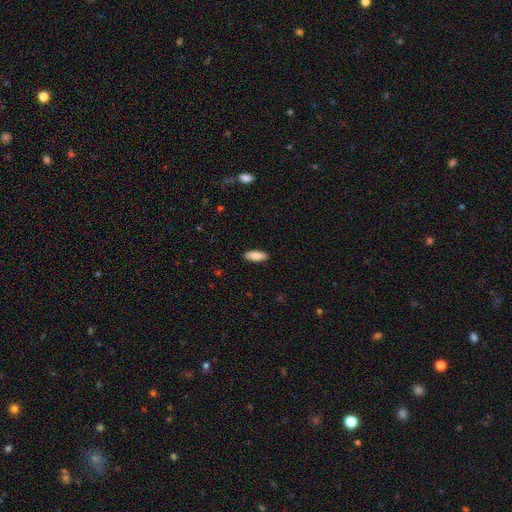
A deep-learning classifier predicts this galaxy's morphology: A smooth galaxy with no disk features (88%) that is in between round and cigar-shaped (73%).

Vote fractions:
- Smooth or featured? smooth: 88% / featured or disk: 6% / star or artifact: 6%
- How rounded? in between: 73% / cigar-shaped: 25% / round: 2%
- Merging? none: 90% / minor disturbance: 7% / major disturbance: 2% / merger: 1%